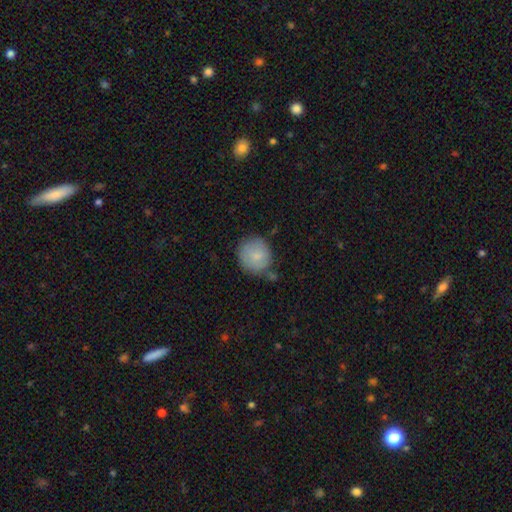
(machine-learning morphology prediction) A smooth galaxy with no disk features (81%) that is round (88%). Merging: none (66%).